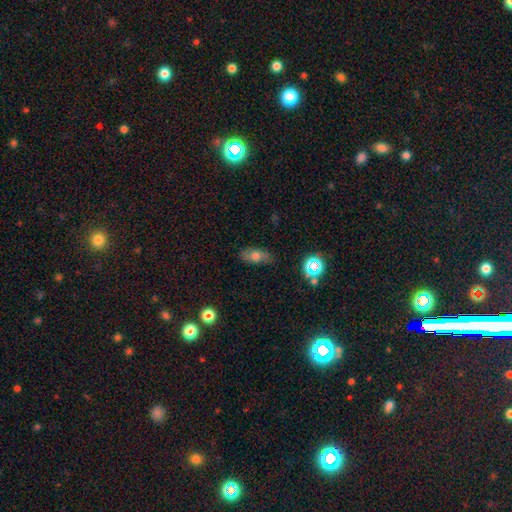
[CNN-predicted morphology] type=smooth (62%); roundness=in between (84%); merging=none (79%).